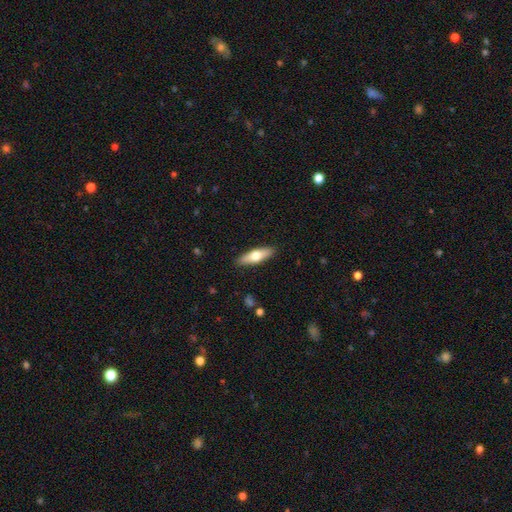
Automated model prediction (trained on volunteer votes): smooth-or-featured: smooth: 59% | featured or disk: 35% | star or artifact: 6%
  how-rounded: cigar-shaped: 50% | in between: 47% | round: 2%
  merging: none: 89% | minor disturbance: 8% | major disturbance: 2% | merger: 1%